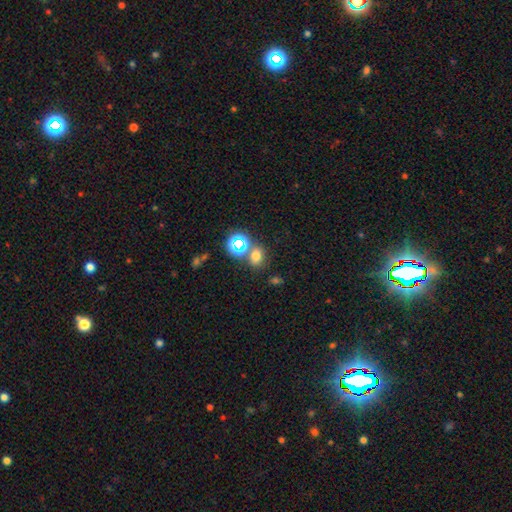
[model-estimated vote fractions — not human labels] Overall: smooth (63%; star or artifact 28%). How rounded: in between (53%; round 46%). Merging: none (66%).